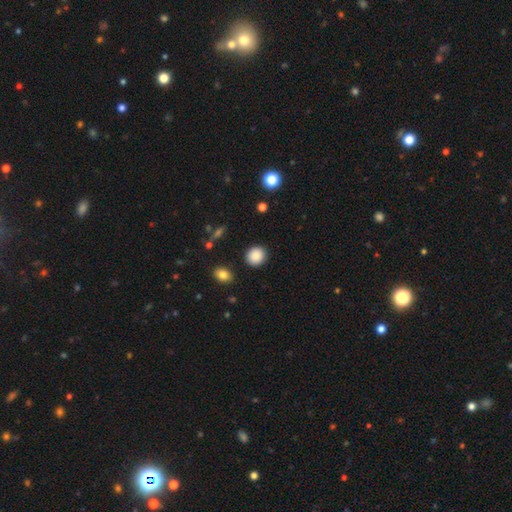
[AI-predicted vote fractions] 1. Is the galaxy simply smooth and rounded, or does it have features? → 88% smooth, 8% star or artifact, 4% featured or disk.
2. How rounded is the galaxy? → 81% round, 18% in between, 1% cigar-shaped.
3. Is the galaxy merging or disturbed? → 90% none, 6% minor disturbance, 2% major disturbance, 2% merger.